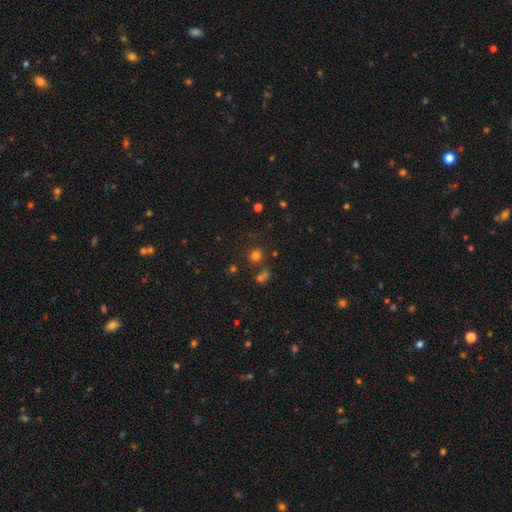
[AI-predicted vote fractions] This appears to be a smooth galaxy with no disk features (72%) that is round (90%). Merging: none (76%).